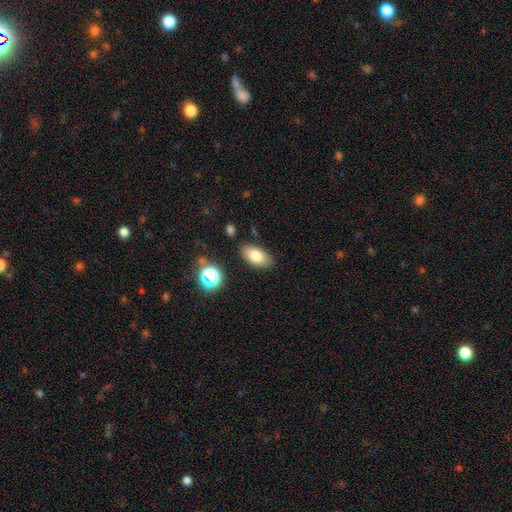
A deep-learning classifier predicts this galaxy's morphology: Smooth or featured? smooth (79%)
How rounded? in between (91%)
Merging? none (83%)